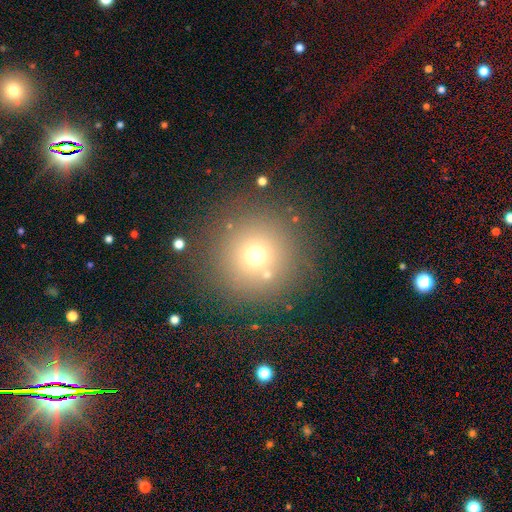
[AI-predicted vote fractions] Morphology: type=smooth (67%); roundness=round (96%); merging=none (83%).